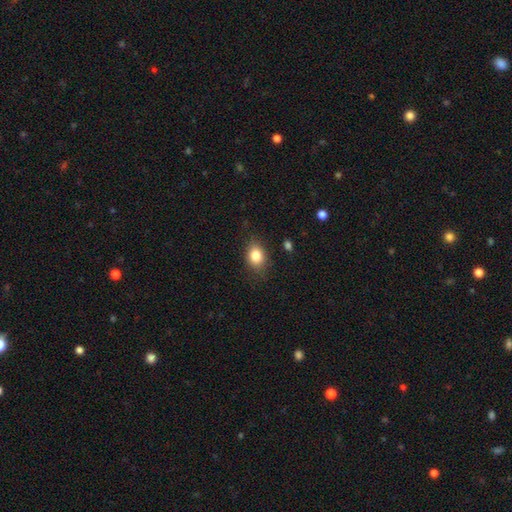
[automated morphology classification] Overall: smooth (82%). How rounded: in between (66%; round 33%). Merging: none (79%).